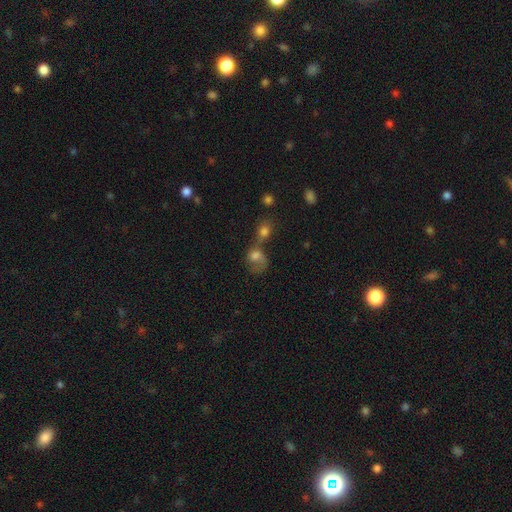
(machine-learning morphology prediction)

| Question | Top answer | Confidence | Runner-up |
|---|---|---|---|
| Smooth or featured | smooth | 63% | featured or disk (25%) |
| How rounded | round | 55% | in between (43%) |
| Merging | merger | 60% | none (16%) |